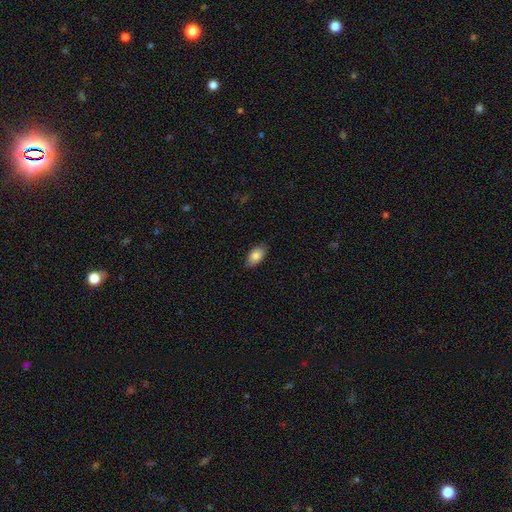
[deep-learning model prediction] smooth_or_featured: smooth (p=0.83) [alt: featured or disk p=0.10]
how_rounded: in between (p=0.93) [alt: round p=0.04]
merging: none (p=0.86) [alt: minor disturbance p=0.11]